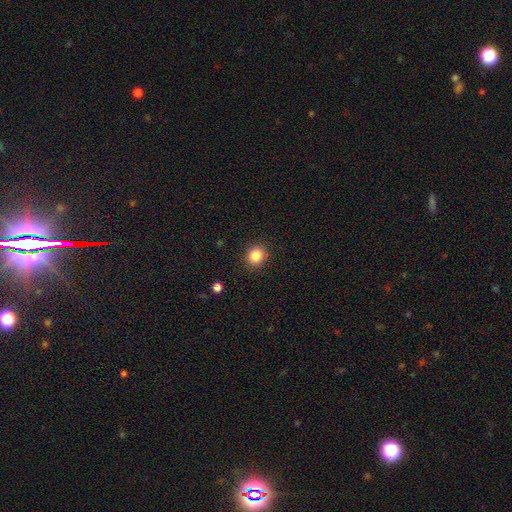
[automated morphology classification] The model was most divided on "how rounded": round: 84%, in between: 15%, cigar-shaped: 1%. More confident: merging — none (90%); smooth or featured — smooth (85%).